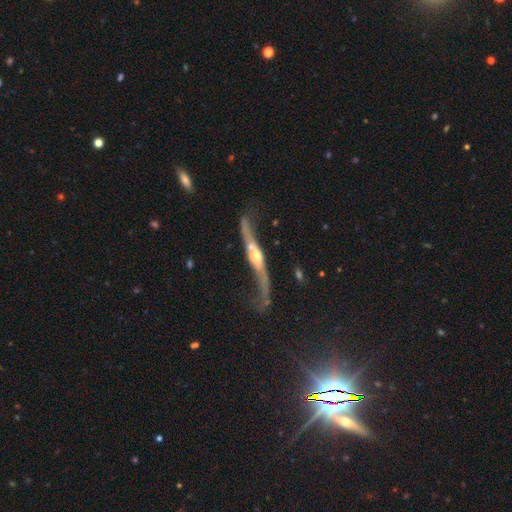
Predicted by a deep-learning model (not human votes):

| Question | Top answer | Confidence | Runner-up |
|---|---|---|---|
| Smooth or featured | featured or disk | 79% | smooth (16%) |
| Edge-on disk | yes | 73% | no (27%) |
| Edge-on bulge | rounded | 81% | boxy (11%) |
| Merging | none | 41% | minor disturbance (25%) |